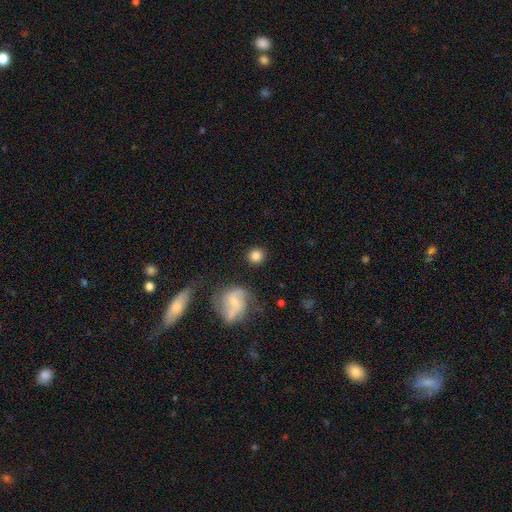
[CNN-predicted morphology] This is clearly a smooth galaxy (82%). How rounded: clearly round (91%). Merging: clearly none (86%).